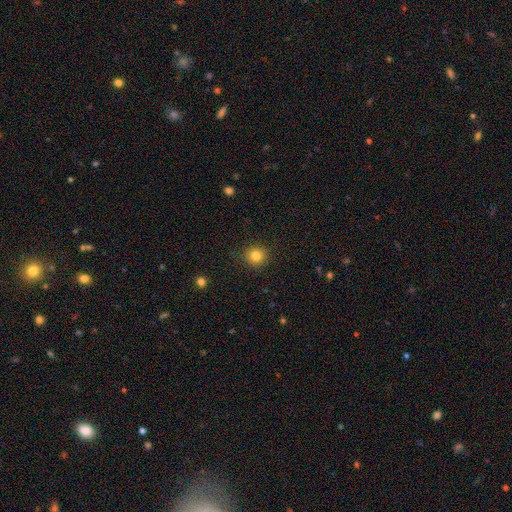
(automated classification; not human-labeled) Smooth or featured? smooth (82%)
How rounded? round (92%)
Merging? none (91%)